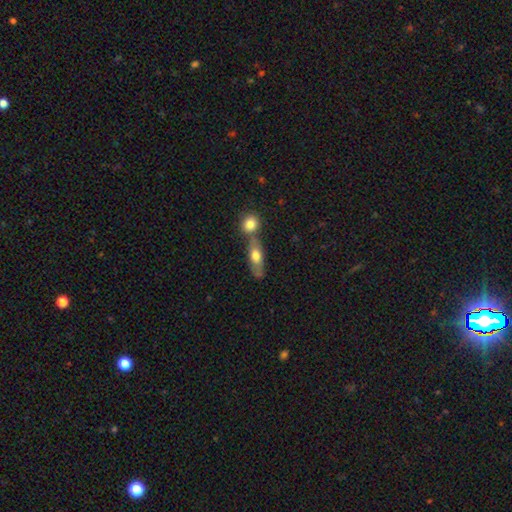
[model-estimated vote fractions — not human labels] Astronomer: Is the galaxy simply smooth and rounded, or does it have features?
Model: smooth — 65%.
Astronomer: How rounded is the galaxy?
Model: in between — 61%.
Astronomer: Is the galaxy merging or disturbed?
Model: none — 50% (runner-up: merger, 34%).